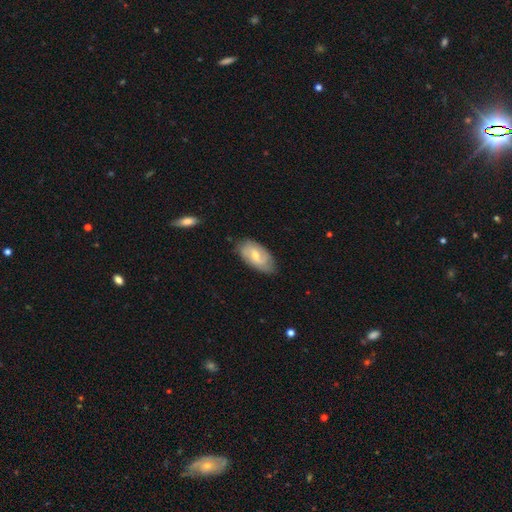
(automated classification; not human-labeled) smooth-or-featured: featured or disk: 56% | smooth: 39% | star or artifact: 6%
  disk-edge-on: no: 94% | yes: 6%
    bar: weak: 55% | no: 33% | strong: 13%
    has-spiral-arms: yes: 82% | no: 18%
    bulge-size: moderate: 54% | small: 40% | large: 3% | none: 2% | dominant: 1%
  merging: none: 76% | minor disturbance: 19% | major disturbance: 4% | merger: 1%